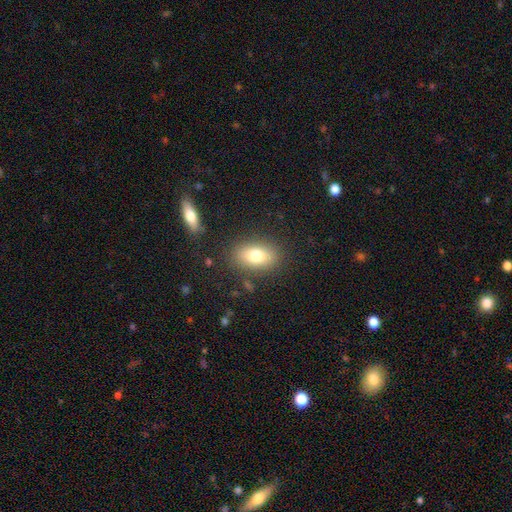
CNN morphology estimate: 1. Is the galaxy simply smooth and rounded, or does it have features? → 77% smooth, 14% featured or disk, 9% star or artifact.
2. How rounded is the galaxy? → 85% in between, 13% round, 3% cigar-shaped.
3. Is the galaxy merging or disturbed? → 83% none, 11% minor disturbance, 4% major disturbance, 2% merger.